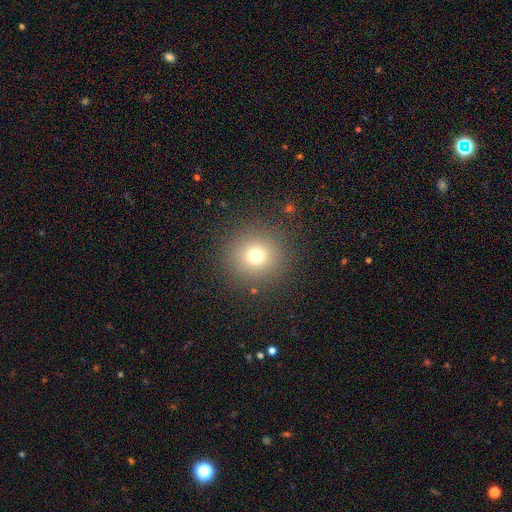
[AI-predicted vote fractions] smooth 71%, star or artifact 18%, featured or disk 10%. Down the decision tree: how rounded — round (94%); merging — none (88%).